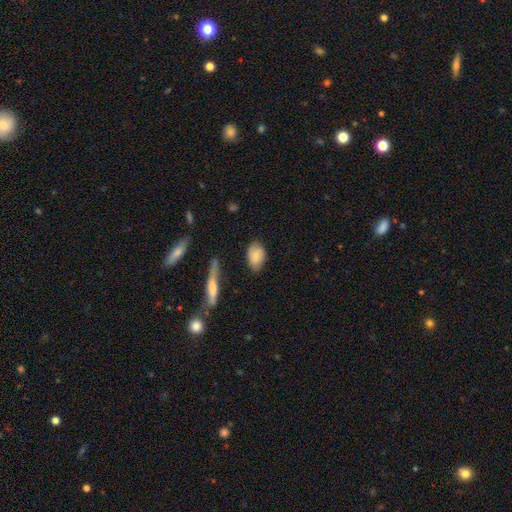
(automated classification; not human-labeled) Overall: smooth (80%). How rounded: in between (84%). Merging: none (72%).